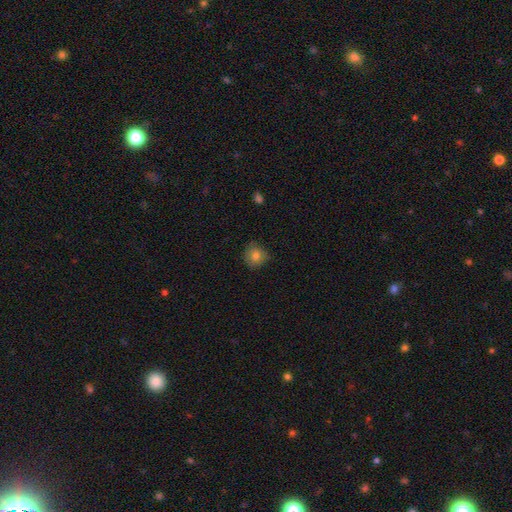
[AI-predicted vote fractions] A smooth galaxy with no disk features (79%) that is round (86%).

Vote fractions:
- Smooth or featured? smooth: 79% / featured or disk: 10% / star or artifact: 10%
- How rounded? round: 86% / in between: 13% / cigar-shaped: 1%
- Merging? none: 76% / minor disturbance: 19% / major disturbance: 4% / merger: 1%